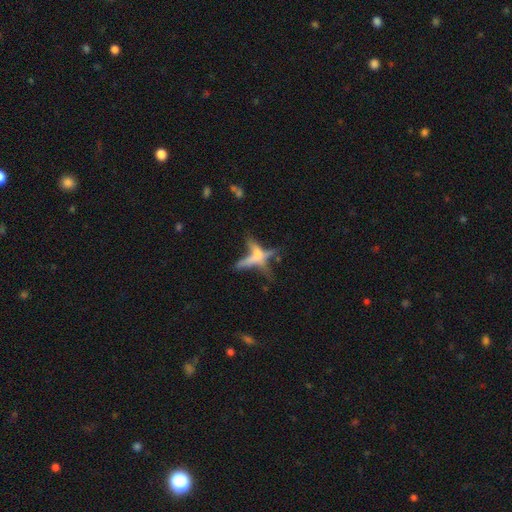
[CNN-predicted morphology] Smooth or featured? Predicted: featured or disk (p=0.54). Edge-on disk? Predicted: yes (p=0.72). Merging? Predicted: none (p=0.40).